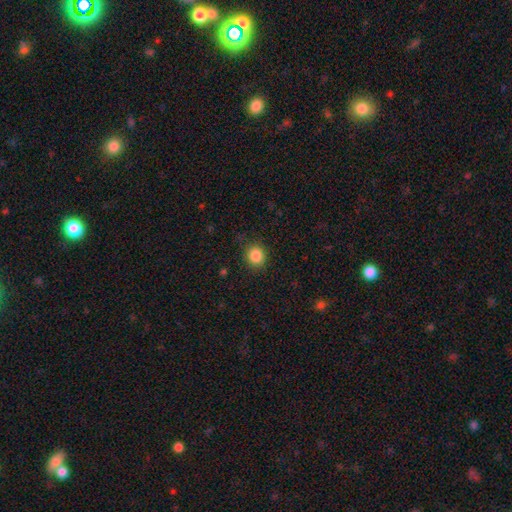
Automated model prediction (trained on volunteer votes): This appears to be a smooth galaxy with no disk features (87%) that is round (84%). Merging: none (87%).